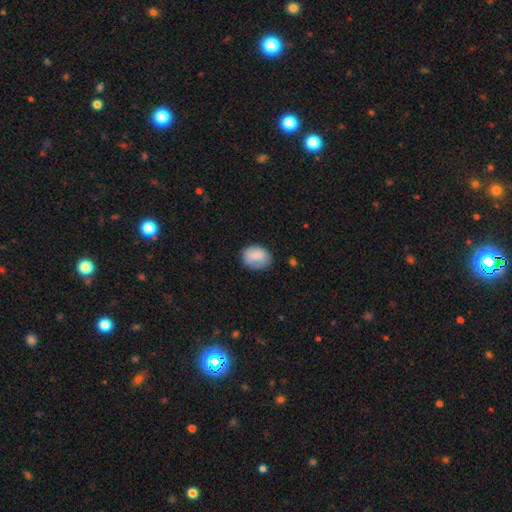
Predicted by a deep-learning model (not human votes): This is clearly a smooth galaxy (84%). How rounded: likely in between (63%). Merging: likely none (73%).